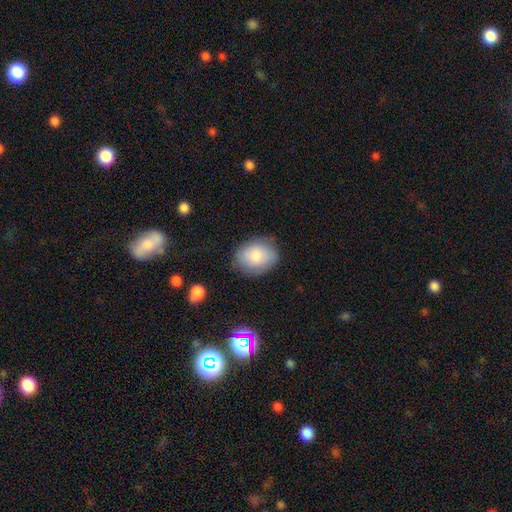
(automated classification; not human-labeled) smooth 81%, featured or disk 12%, star or artifact 7%. Down the decision tree: how rounded — in between (61%); merging — none (76%).